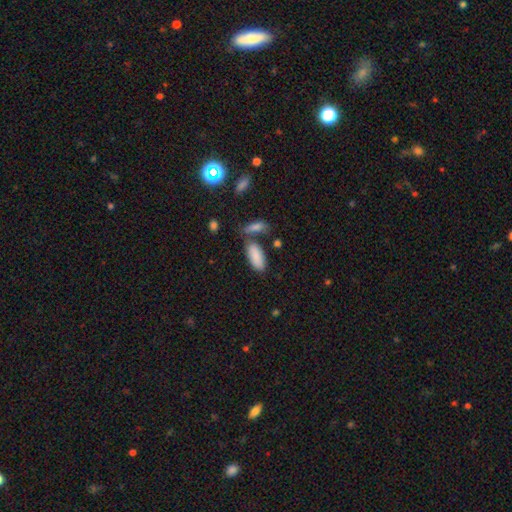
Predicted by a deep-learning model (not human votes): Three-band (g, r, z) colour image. It shows a smooth galaxy with no disk features (87%) that is in between round and cigar-shaped (85%). Merging: none (62%).